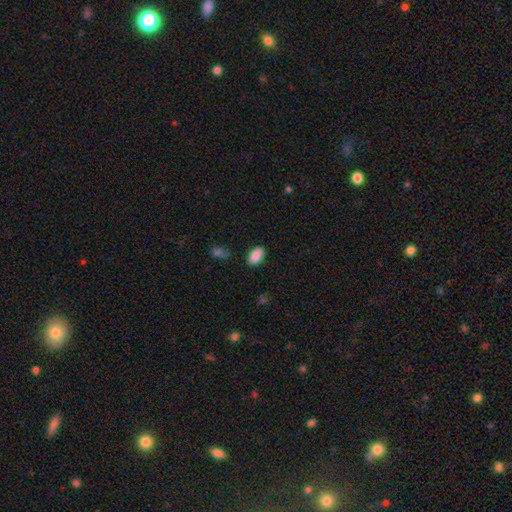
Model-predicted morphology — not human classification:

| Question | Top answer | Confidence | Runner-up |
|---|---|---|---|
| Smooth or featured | smooth | 88% | star or artifact (7%) |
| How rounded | in between | 93% | round (6%) |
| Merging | none | 84% | minor disturbance (12%) |